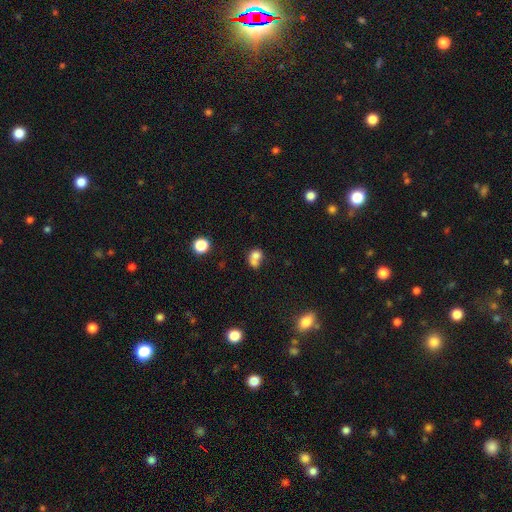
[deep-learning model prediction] The model was most divided on "how rounded": round: 58%, in between: 41%, cigar-shaped: 1%. More confident: smooth or featured — smooth (73%); merging — merger (59%).